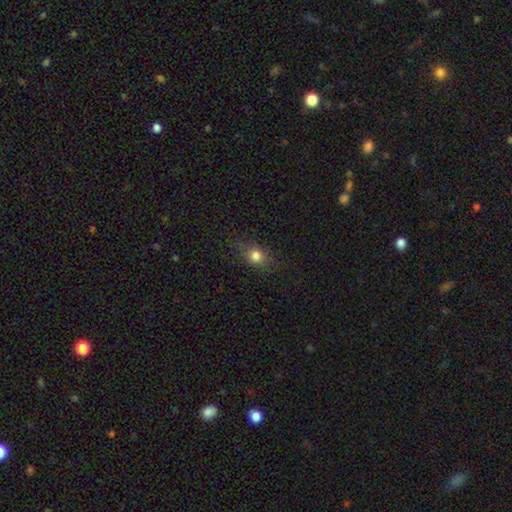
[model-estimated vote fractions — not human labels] Smooth or featured: smooth — 78% (star or artifact — 13%)
How rounded: round — 55% (in between — 42%)
Merging: none — 80% (minor disturbance — 15%)